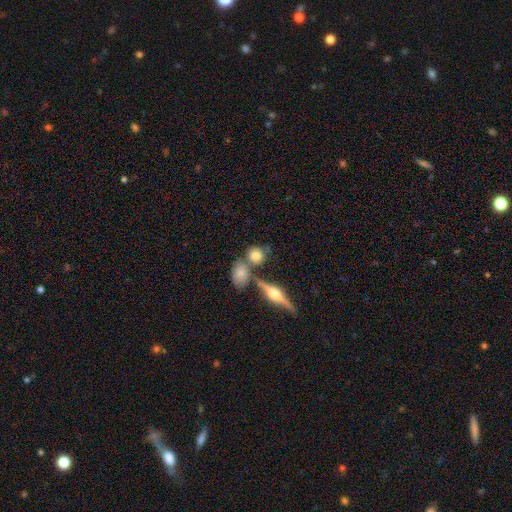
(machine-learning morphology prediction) A smooth galaxy with no disk features (68%) that is round (74%).

Vote fractions:
- Smooth or featured? smooth: 68% / featured or disk: 22% / star or artifact: 10%
- How rounded? round: 74% / in between: 21% / cigar-shaped: 4%
- Merging? none: 61% / merger: 24% / minor disturbance: 11% / major disturbance: 4%